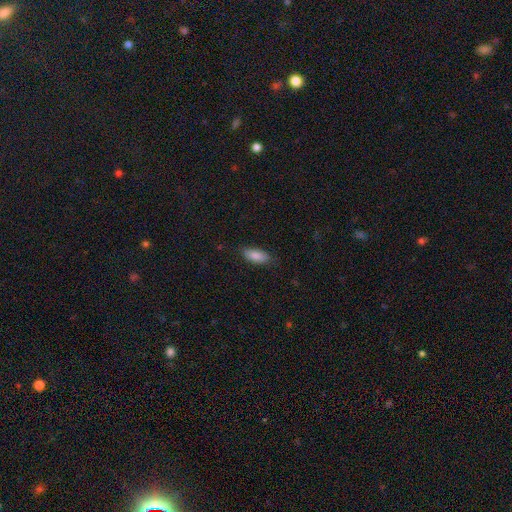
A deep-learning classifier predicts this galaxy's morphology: The model was most divided on "merging": none: 81%, minor disturbance: 15%, major disturbance: 3%, merger: 1%. More confident: how rounded — in between (85%); smooth or featured — smooth (84%).